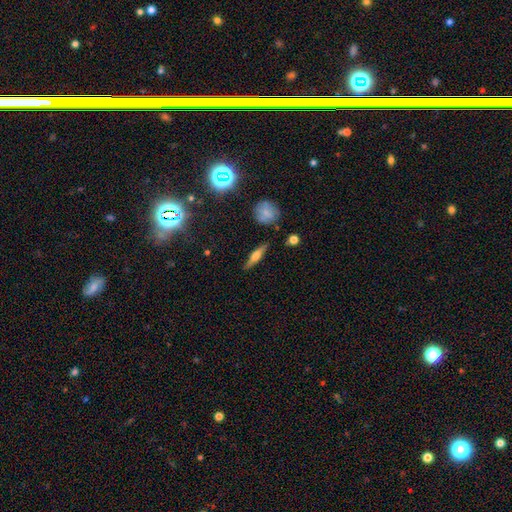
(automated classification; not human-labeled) A featured or disk galaxy (55%) viewed edge-on (94%) with a rounded central bulge (83%).

Vote fractions:
- Smooth or featured? featured or disk: 55% / smooth: 37% / star or artifact: 8%
- Edge-on disk? yes: 94% / no: 6%
- Edge-on bulge? rounded: 83% / boxy: 12% / none: 5%
- Merging? none: 85% / minor disturbance: 10% / major disturbance: 3% / merger: 2%